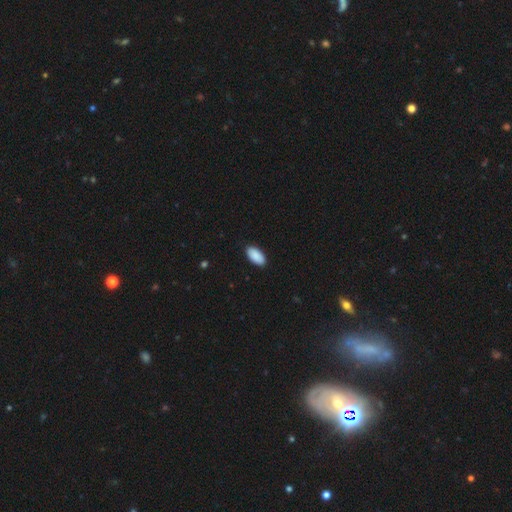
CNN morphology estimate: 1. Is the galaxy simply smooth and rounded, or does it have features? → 91% smooth, 6% star or artifact, 3% featured or disk.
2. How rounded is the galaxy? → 95% in between, 3% cigar-shaped, 2% round.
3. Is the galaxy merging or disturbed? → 90% none, 8% minor disturbance, 2% major disturbance, 1% merger.